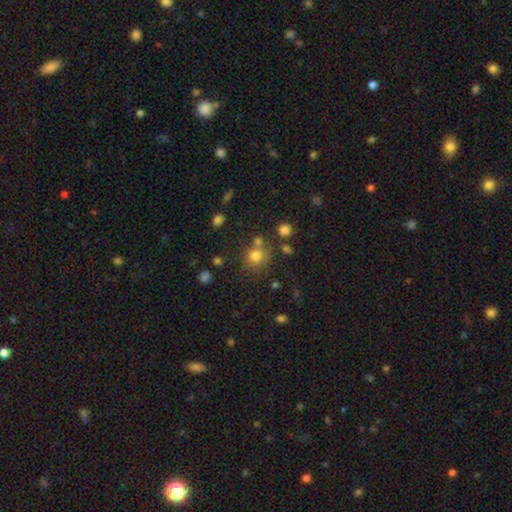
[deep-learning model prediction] This appears to be a smooth galaxy with no disk features (77%) that is round (87%). Merging: none (68%).